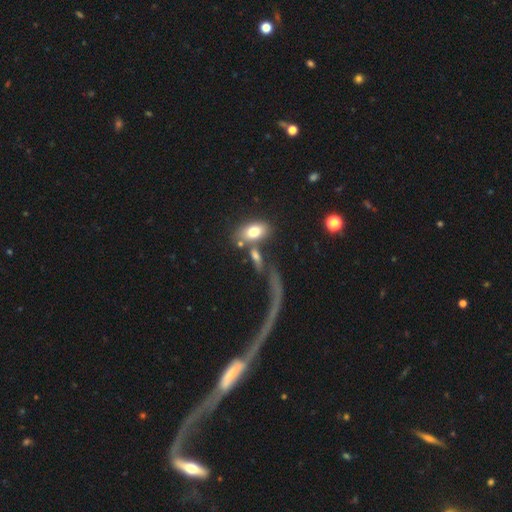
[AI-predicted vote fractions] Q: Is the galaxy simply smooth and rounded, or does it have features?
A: smooth — 74%.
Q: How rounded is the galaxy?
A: in between — 84%.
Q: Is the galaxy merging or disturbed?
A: none — 54%.